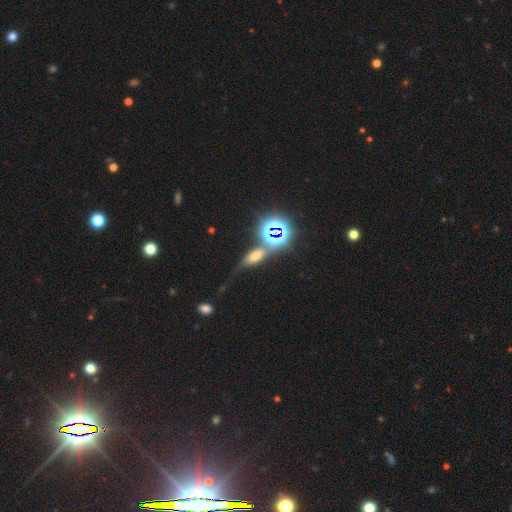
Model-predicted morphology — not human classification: smooth 47%, star or artifact 35%, featured or disk 18%. Down the decision tree: merging — none (51%).